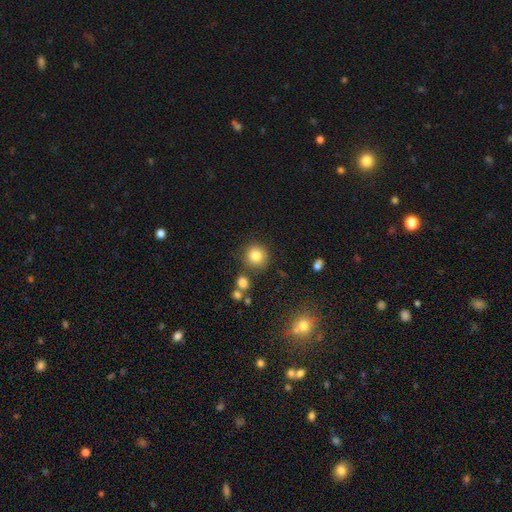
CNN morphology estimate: The model was most divided on "merging": none: 81%, minor disturbance: 9%, merger: 7%, major disturbance: 3%. More confident: how rounded — round (92%); smooth or featured — smooth (83%).